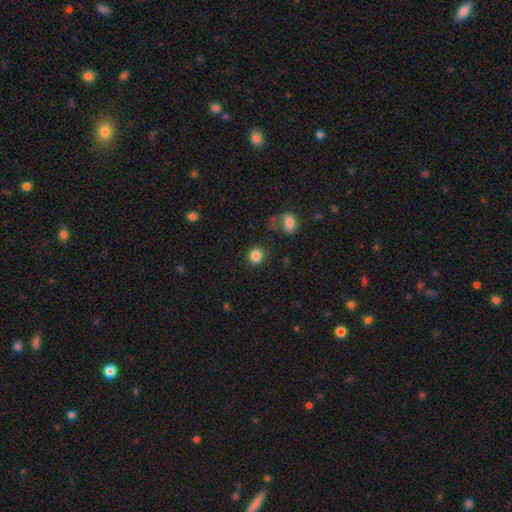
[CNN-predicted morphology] Smooth or featured? Predicted: smooth (p=0.85). How rounded? Predicted: round (p=0.66). Merging? Predicted: none (p=0.82).